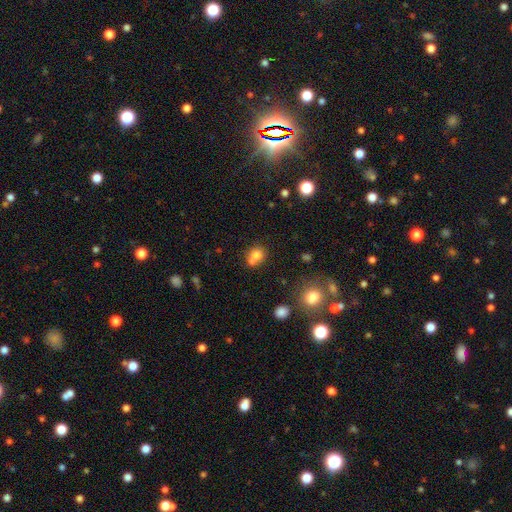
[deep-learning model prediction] The model was most divided on "merging": merger: 47%, none: 40%, minor disturbance: 9%, major disturbance: 4%. More confident: how rounded — round (75%); smooth or featured — smooth (74%).